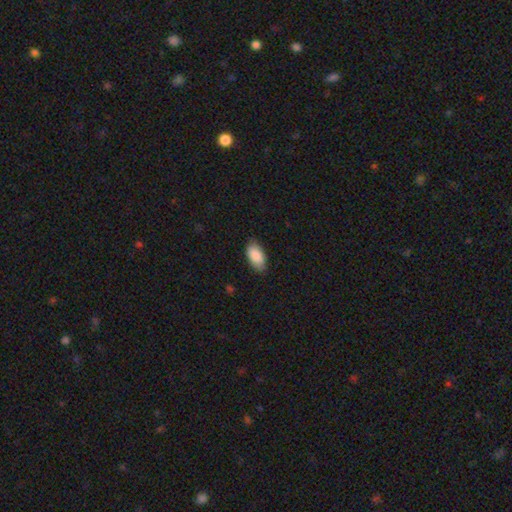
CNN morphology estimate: A smooth galaxy with no disk features (87%) that is in between round and cigar-shaped (94%). Merging: none (80%).